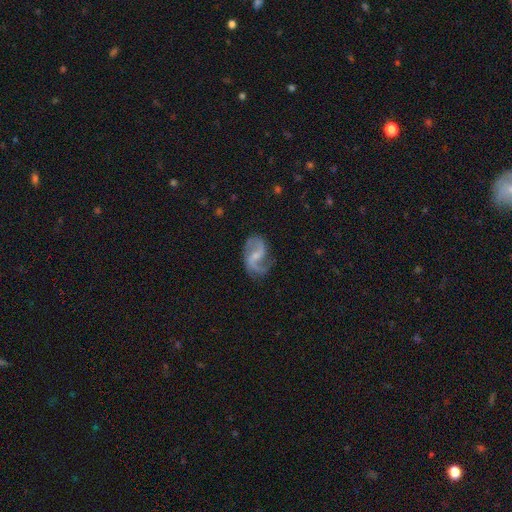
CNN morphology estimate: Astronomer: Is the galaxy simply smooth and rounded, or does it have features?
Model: featured or disk — 87%.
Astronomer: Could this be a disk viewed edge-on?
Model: no — 98%.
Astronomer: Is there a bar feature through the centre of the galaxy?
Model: weak — 50% (runner-up: no, 31%).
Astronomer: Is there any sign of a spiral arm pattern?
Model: yes — 96%.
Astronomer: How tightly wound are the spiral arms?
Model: loose — 53% (runner-up: medium, 38%).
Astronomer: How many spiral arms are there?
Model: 2 — 89%.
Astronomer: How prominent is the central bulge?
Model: small — 56%.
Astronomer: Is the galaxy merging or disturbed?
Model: none — 68%.